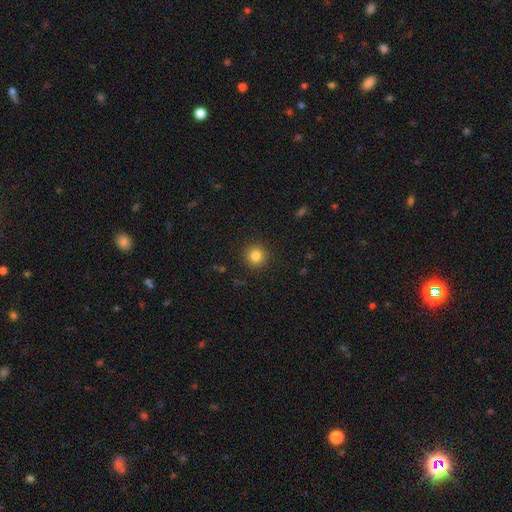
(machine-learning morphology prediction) A smooth galaxy with no disk features (83%) that is round (94%). Merging: none (91%).